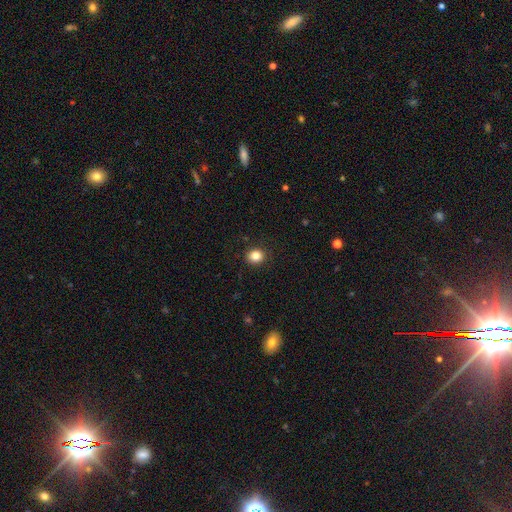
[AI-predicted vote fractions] Smooth or featured: smooth — 84% (star or artifact — 11%)
How rounded: round — 79% (in between — 20%)
Merging: none — 90% (minor disturbance — 7%)